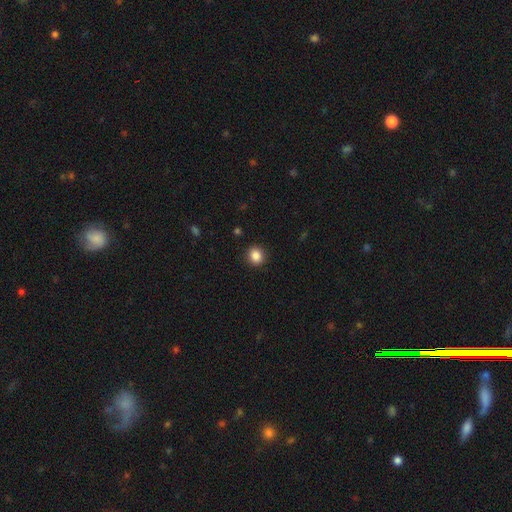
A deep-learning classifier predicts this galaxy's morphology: This is clearly a smooth galaxy (86%). How rounded: clearly round (80%). Merging: clearly none (91%).